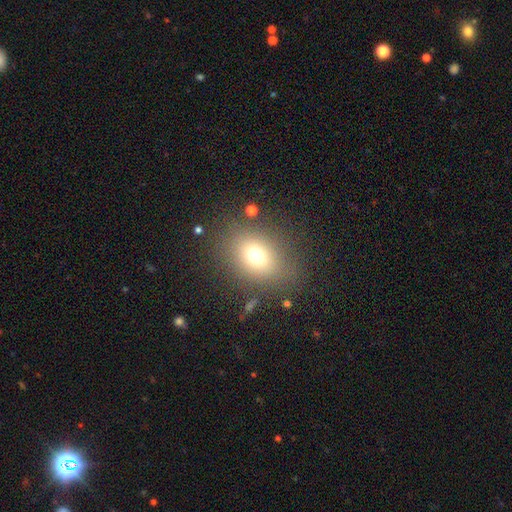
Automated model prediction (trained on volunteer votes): smooth_or_featured: smooth (p=0.70) [alt: star or artifact p=0.16]
how_rounded: in between (p=0.57) [alt: round p=0.41]
merging: none (p=0.80) [alt: minor disturbance p=0.11]